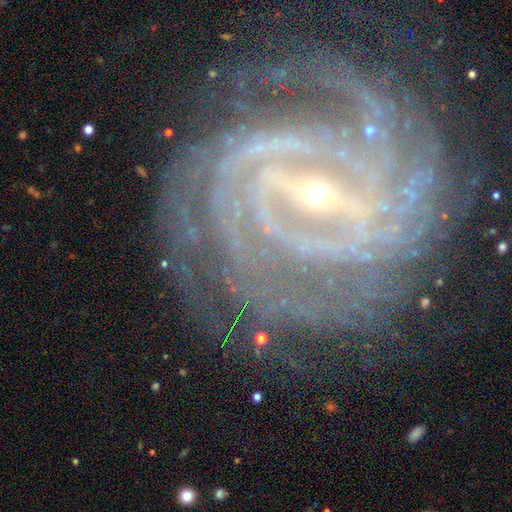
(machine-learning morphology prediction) The model was most divided on "spiral arm count": 4: 22%, can't tell: 20%, 2: 17%, more than 4: 17%, 3: 15%, 1: 9%. More confident: spiral arms — yes (98%); edge-on disk — no (97%); smooth or featured — featured or disk (92%); bulge size — small (83%); merging — none (75%); spiral winding — tight (73%); bar — strong (68%).